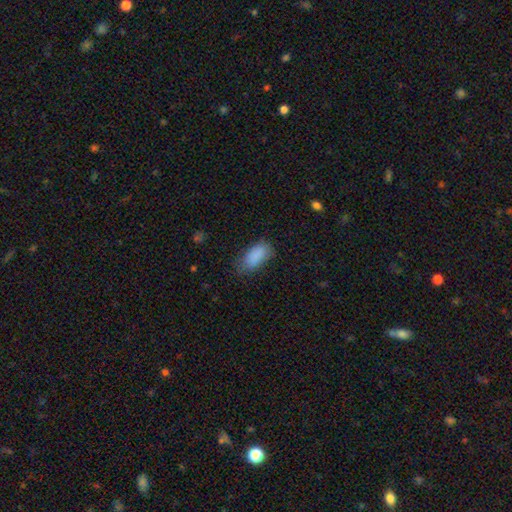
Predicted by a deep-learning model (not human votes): Overall: smooth (88%). How rounded: in between (91%). Merging: none (67%).